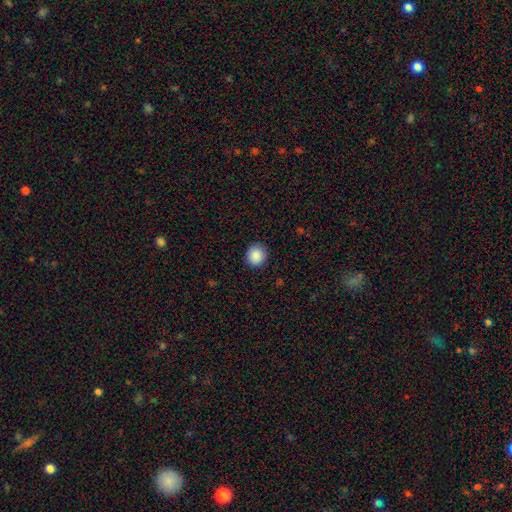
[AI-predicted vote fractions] smooth-or-featured: smooth: 89% | star or artifact: 8% | featured or disk: 3%
  how-rounded: round: 90% | in between: 9% | cigar-shaped: 1%
  merging: none: 90% | minor disturbance: 7% | major disturbance: 2% | merger: 1%